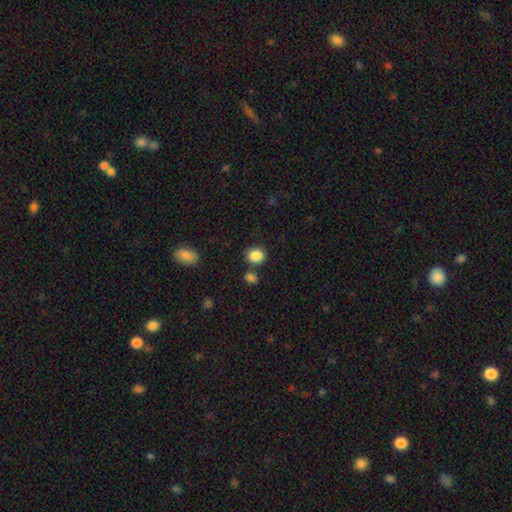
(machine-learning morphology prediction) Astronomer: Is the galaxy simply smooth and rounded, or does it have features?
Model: smooth — 87%.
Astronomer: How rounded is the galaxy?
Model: round — 65%.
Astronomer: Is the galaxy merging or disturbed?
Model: none — 76%.